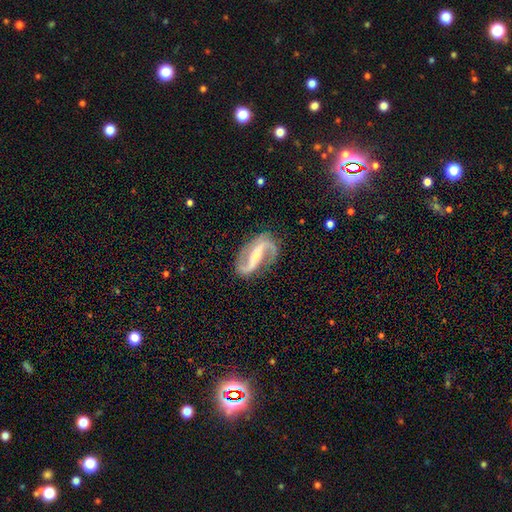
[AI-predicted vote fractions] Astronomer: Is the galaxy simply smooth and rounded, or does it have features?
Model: featured or disk — 91%.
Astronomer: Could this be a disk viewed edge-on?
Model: no — 97%.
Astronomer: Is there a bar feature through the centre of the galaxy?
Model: strong — 55%.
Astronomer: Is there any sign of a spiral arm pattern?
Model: yes — 97%.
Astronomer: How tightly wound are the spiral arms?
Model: medium — 44% (runner-up: loose, 42%).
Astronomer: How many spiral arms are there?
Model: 2 — 93%.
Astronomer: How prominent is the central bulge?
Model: small — 57% (runner-up: moderate, 35%).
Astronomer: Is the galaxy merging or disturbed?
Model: none — 79%.